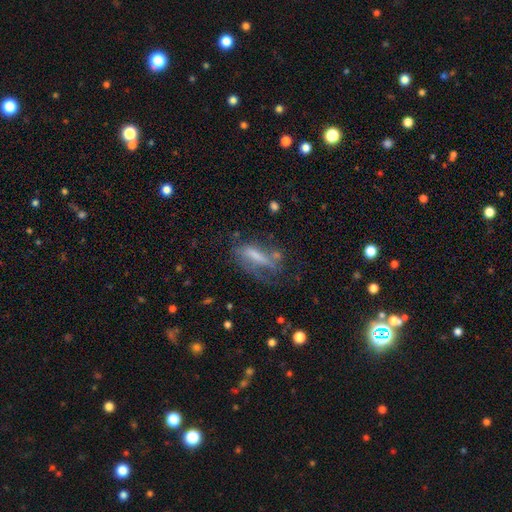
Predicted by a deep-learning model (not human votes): This is possibly a featured or disk galaxy (48%). Merging: marginally none (44%).